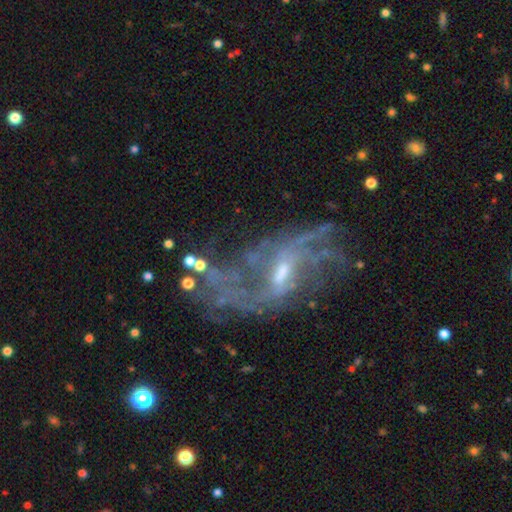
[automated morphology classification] Smooth or featured: featured or disk — 84% (star or artifact — 10%)
Edge-on disk: no — 95% (yes — 5%)
Bar: weak — 53% (no — 26%)
Spiral arms: yes — 87% (no — 13%)
Spiral winding: loose — 69% (medium — 23%)
Spiral arm count: 2 — 44% (can't tell — 24%)
Bulge size: small — 54% (moderate — 34%)
Merging: none — 47% (major disturbance — 28%)